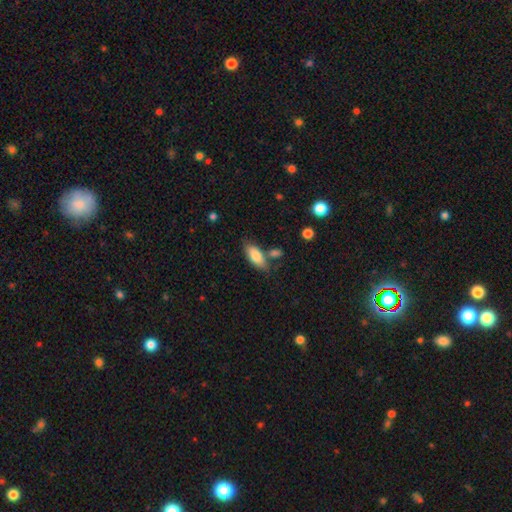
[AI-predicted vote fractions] Morphology: type=smooth (81%); roundness=in between (81%); merging=none (68%).